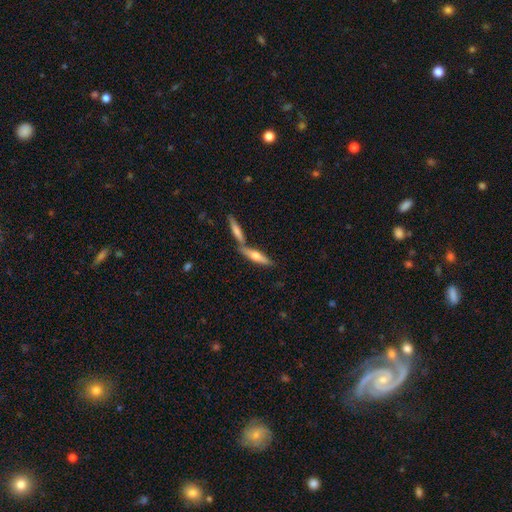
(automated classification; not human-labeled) Smooth or featured? Predicted: smooth (p=0.53). How rounded? Predicted: cigar-shaped (p=0.73). Merging? Predicted: none (p=0.54).